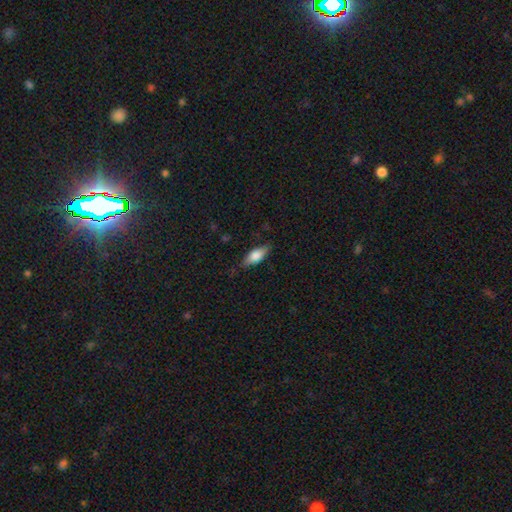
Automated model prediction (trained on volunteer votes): Morphology: type=smooth (69%); roundness=in between (72%); merging=none (80%).